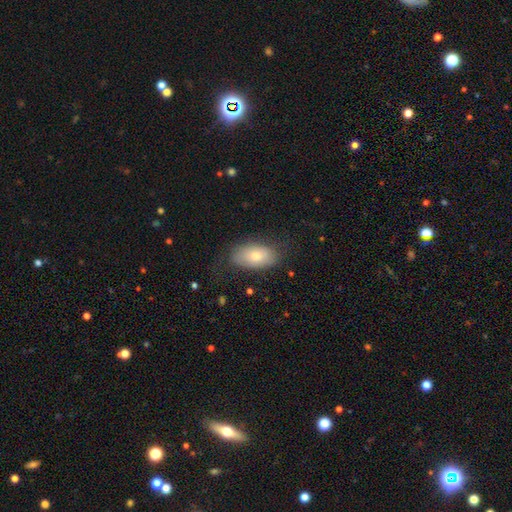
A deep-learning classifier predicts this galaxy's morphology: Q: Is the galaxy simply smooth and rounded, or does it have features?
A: smooth — 68%.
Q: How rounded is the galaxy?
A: in between — 92%.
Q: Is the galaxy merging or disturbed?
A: none — 72%.